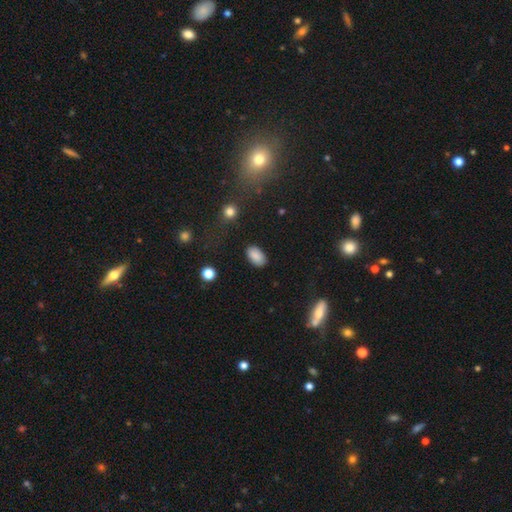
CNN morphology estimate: A smooth galaxy with no disk features (87%) that is in between round and cigar-shaped (93%).

Vote fractions:
- Smooth or featured? smooth: 87% / star or artifact: 8% / featured or disk: 5%
- How rounded? in between: 93% / round: 6% / cigar-shaped: 1%
- Merging? none: 85% / minor disturbance: 11% / major disturbance: 3% / merger: 1%